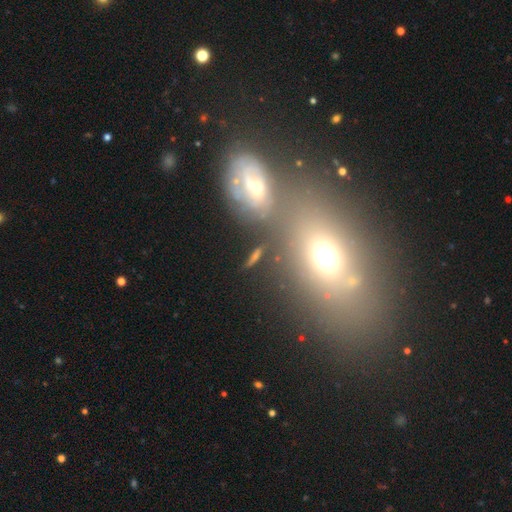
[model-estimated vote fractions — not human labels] Smooth or featured?
  - smooth: 41% *
  - featured or disk: 30%
  - star or artifact: 29%
Merging?
  - none: 60% *
  - merger: 21%
  - minor disturbance: 12%
  - major disturbance: 7%